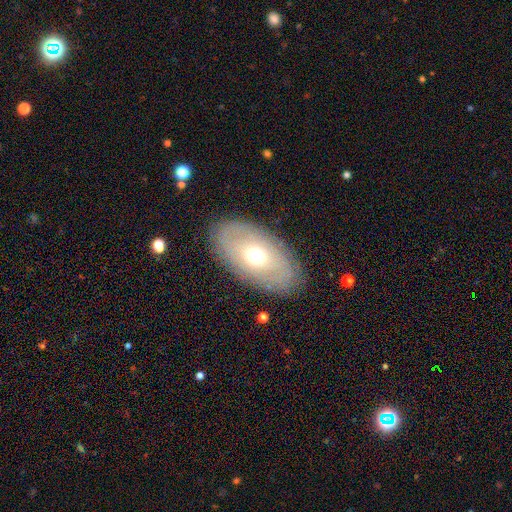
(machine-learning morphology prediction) smooth 46% (tied), featured or disk 46% (tied), star or artifact 8%. Down the decision tree: merging — none (84%).